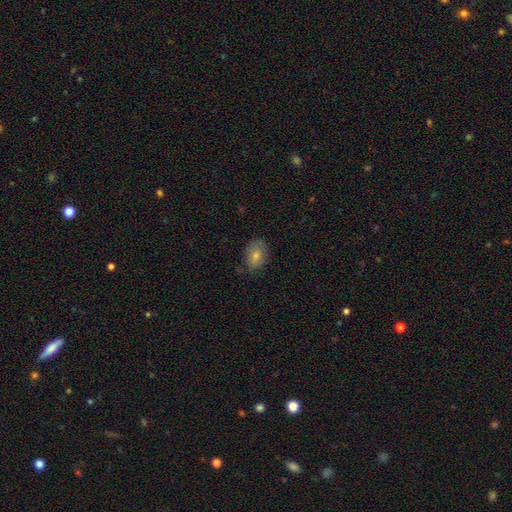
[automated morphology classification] Smooth or featured? Predicted: smooth (p=0.78). How rounded? Predicted: in between (p=0.77). Merging? Predicted: none (p=0.73).